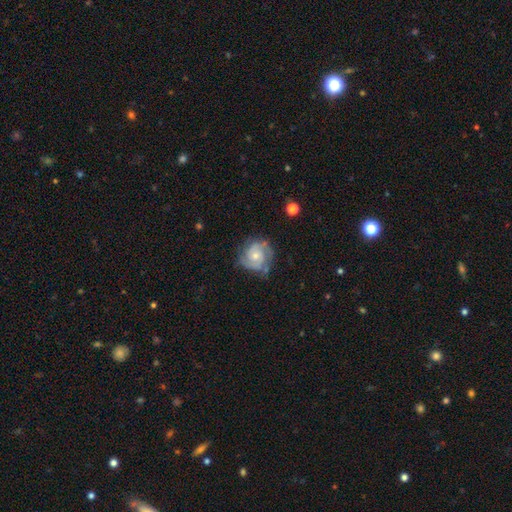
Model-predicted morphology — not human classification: This appears to be a featured or disk galaxy (79%) with no bar (73%), 2 (54%) tight (54%) spiral arms (93%) and a small central bulge (50%). Merging: none (63%).